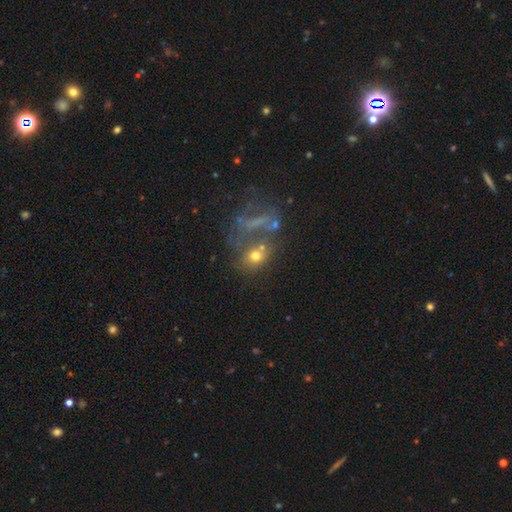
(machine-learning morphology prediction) smooth-or-featured: smooth: 56% | featured or disk: 23% | star or artifact: 20%
  how-rounded: round: 58% | in between: 40% | cigar-shaped: 2%
  merging: none: 40% | merger: 28% | major disturbance: 18% | minor disturbance: 14%